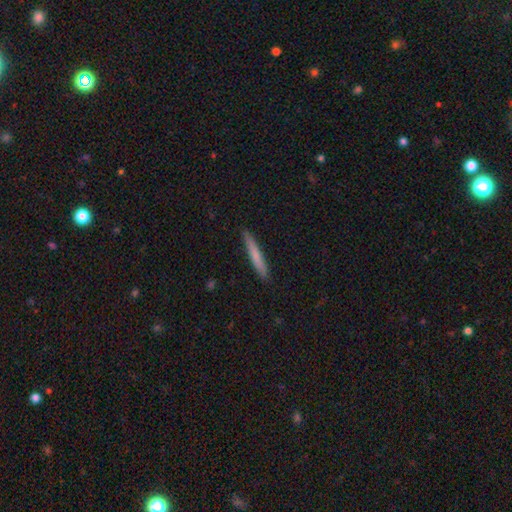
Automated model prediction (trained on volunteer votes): smooth 71%, featured or disk 24%, star or artifact 6%. Down the decision tree: how rounded — cigar-shaped (96%); merging — none (90%).